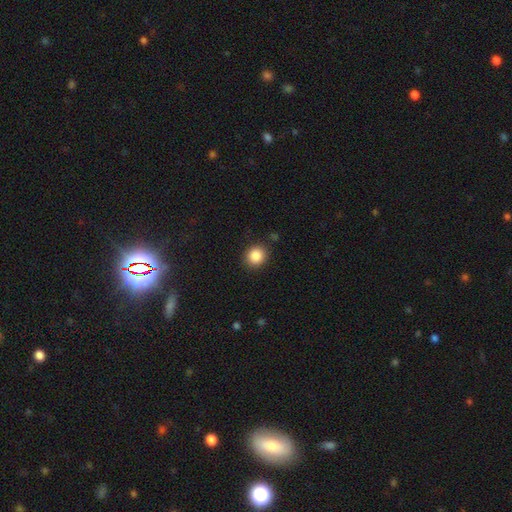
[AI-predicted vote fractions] The model was most divided on "how rounded": round: 84%, in between: 15%, cigar-shaped: 1%. More confident: merging — none (88%); smooth or featured — smooth (87%).